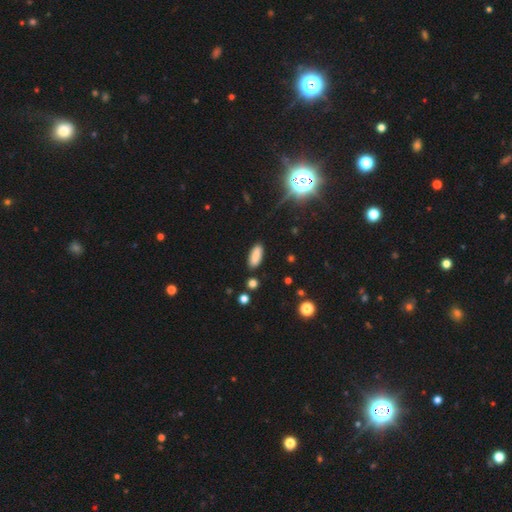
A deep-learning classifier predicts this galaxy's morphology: A smooth galaxy with no disk features (84%) that is in between round and cigar-shaped (69%).

Vote fractions:
- Smooth or featured? smooth: 84% / star or artifact: 9% / featured or disk: 6%
- How rounded? in between: 69% / cigar-shaped: 29% / round: 2%
- Merging? none: 86% / minor disturbance: 9% / merger: 2% / major disturbance: 2%